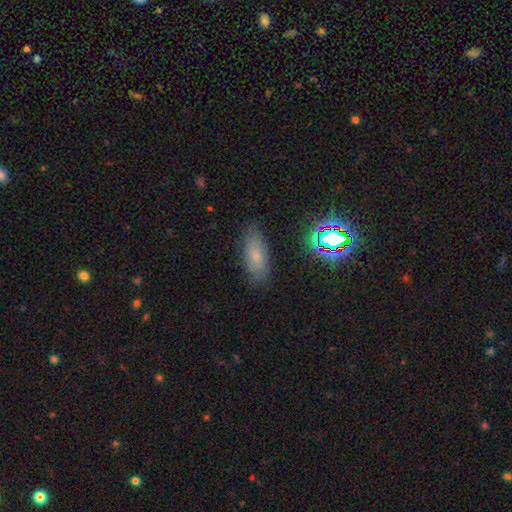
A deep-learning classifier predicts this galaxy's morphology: Smooth or featured? Predicted: smooth (p=0.66). How rounded? Predicted: in between (p=0.81). Merging? Predicted: none (p=0.79).